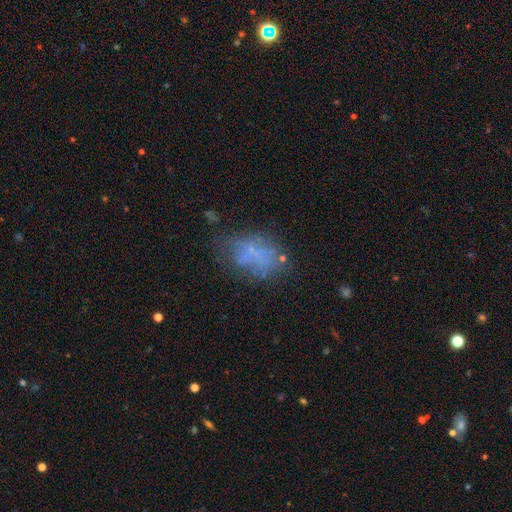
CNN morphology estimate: Smooth or featured? smooth (51%)
How rounded? in between (81%)
Merging? none (54%)